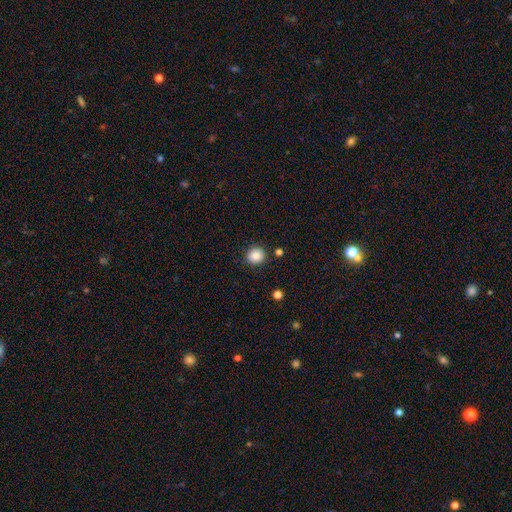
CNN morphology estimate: The model was most divided on "how rounded": round: 86%, in between: 13%, cigar-shaped: 1%. More confident: merging — none (89%); smooth or featured — smooth (86%).